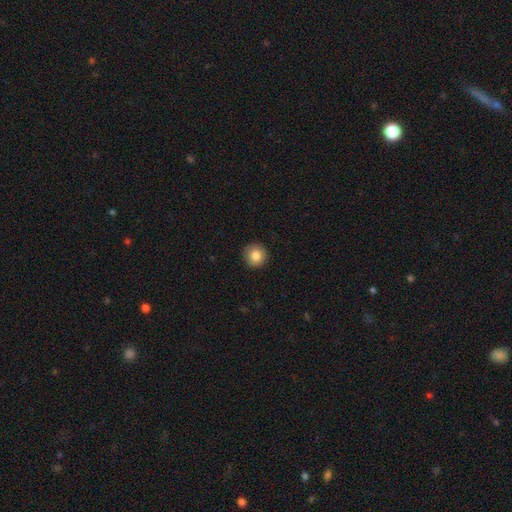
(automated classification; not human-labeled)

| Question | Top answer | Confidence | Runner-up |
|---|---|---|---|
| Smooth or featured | smooth | 83% | star or artifact (9%) |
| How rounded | round | 94% | in between (5%) |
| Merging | none | 92% | minor disturbance (6%) |